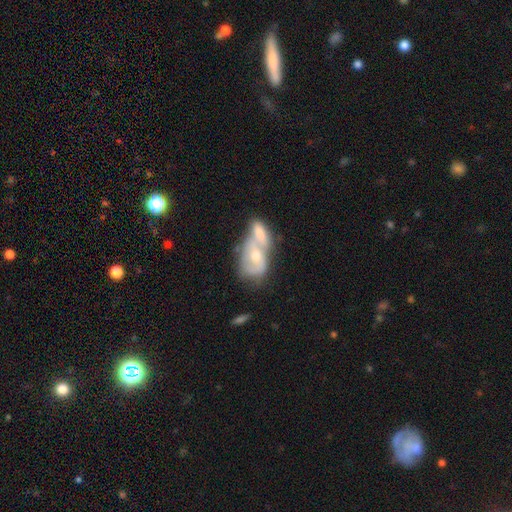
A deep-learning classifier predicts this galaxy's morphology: Smooth or featured? Predicted: featured or disk (p=0.52). Edge-on disk? Predicted: no (p=0.94). Merging? Predicted: merger (p=0.70).